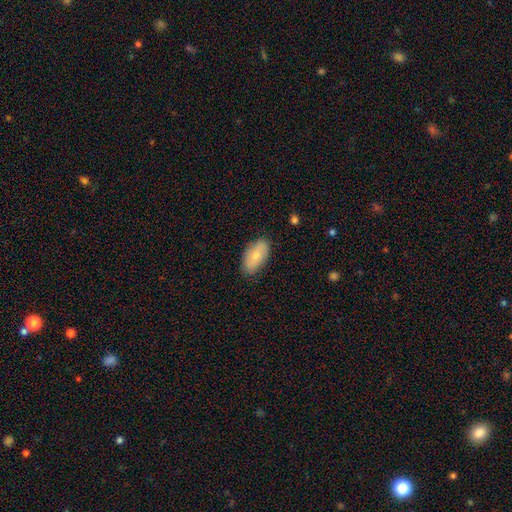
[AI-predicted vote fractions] smooth 72%, featured or disk 22%, star or artifact 6%. Down the decision tree: how rounded — in between (93%); merging — none (83%).